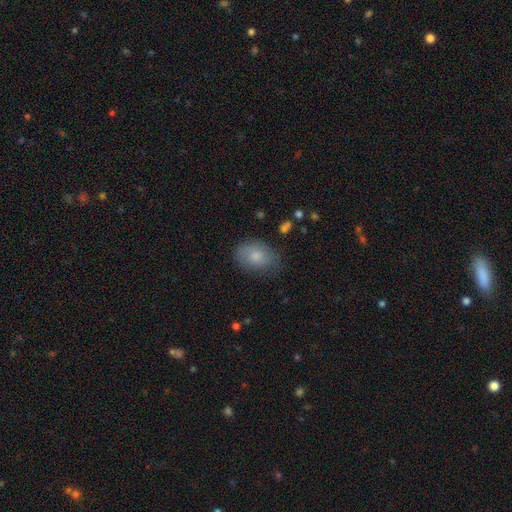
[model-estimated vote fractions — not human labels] Smooth or featured? Predicted: smooth (p=0.79). How rounded? Predicted: in between (p=0.79). Merging? Predicted: none (p=0.70).